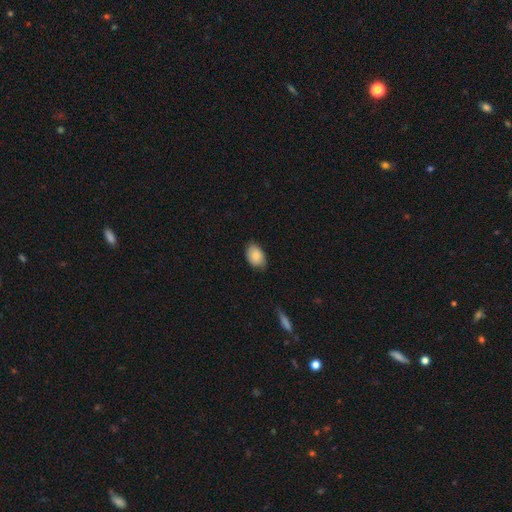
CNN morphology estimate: A smooth galaxy with no disk features (85%) that is in between round and cigar-shaped (87%).

Vote fractions:
- Smooth or featured? smooth: 85% / featured or disk: 8% / star or artifact: 7%
- How rounded? in between: 87% / round: 12% / cigar-shaped: 1%
- Merging? none: 78% / minor disturbance: 19% / major disturbance: 3% / merger: 1%